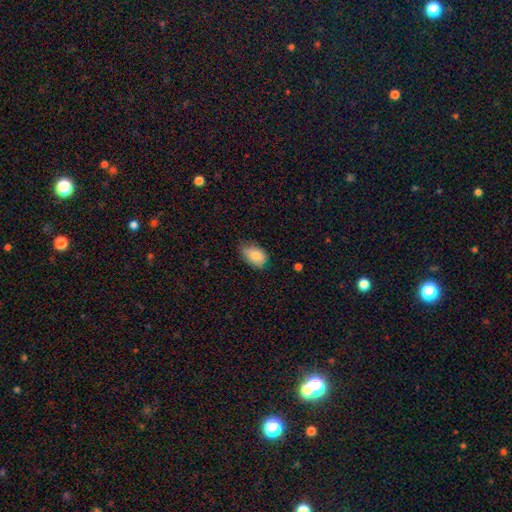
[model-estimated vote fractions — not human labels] Morphology: type=smooth (82%); roundness=in between (85%); merging=none (57%).